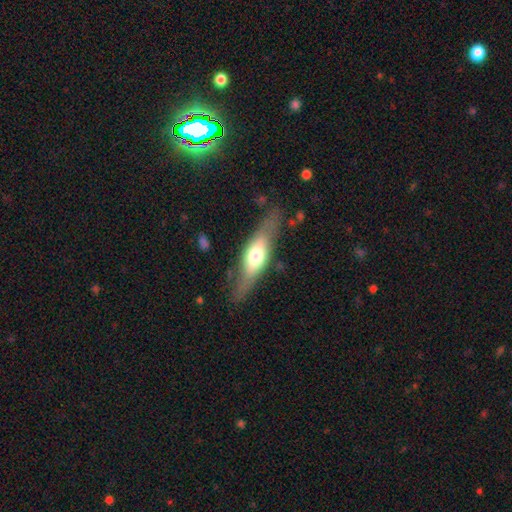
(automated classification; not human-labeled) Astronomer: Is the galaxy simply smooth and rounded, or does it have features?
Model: featured or disk — 49% (runner-up: smooth, 45%).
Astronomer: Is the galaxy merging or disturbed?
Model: none — 77%.